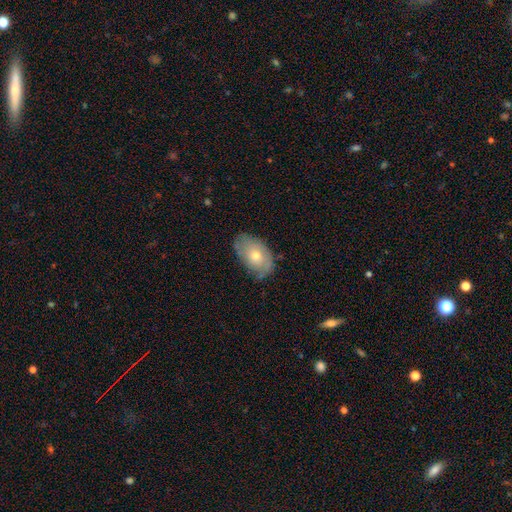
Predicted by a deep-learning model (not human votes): Smooth or featured? smooth (60%)
How rounded? in between (89%)
Merging? none (68%)